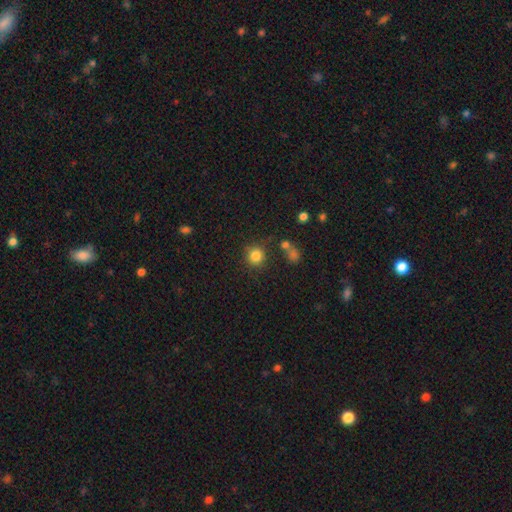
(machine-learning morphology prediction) smooth-or-featured: smooth: 83% | star or artifact: 12% | featured or disk: 5%
  how-rounded: round: 91% | in between: 8% | cigar-shaped: 1%
  merging: none: 79% | minor disturbance: 10% | merger: 7% | major disturbance: 4%